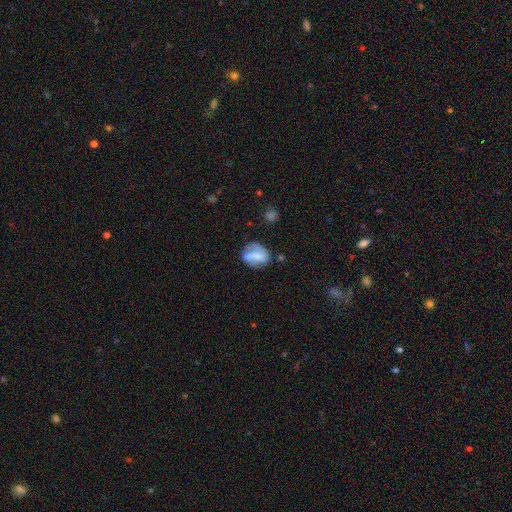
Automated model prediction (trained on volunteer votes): Q: Smooth or featured?
A: featured or disk (55%); runner-up: smooth (37%)
Q: Edge-on disk?
A: no (96%); runner-up: yes (4%)
Q: Bar?
A: strong (36%); runner-up: weak (35%)
Q: Spiral arms?
A: yes (72%); runner-up: no (28%)
Q: Bulge size?
A: none (36%); runner-up: small (32%)
Q: Merging?
A: none (56%); runner-up: minor disturbance (24%)